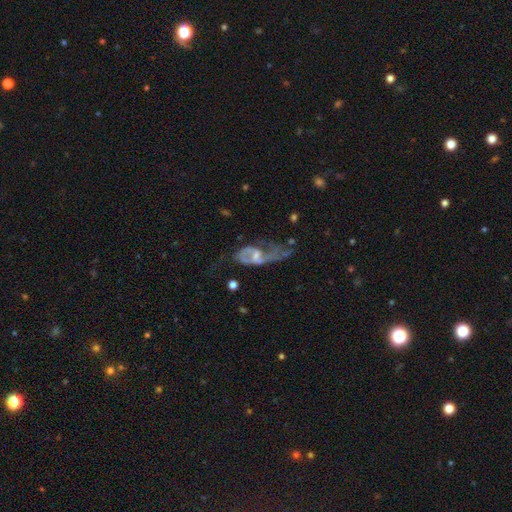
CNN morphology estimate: A featured or disk galaxy (75%) with no bar (48%), 2 (60%) loose (47%) spiral arms (77%) and a small central bulge (44%). Merging: major disturbance (42%).